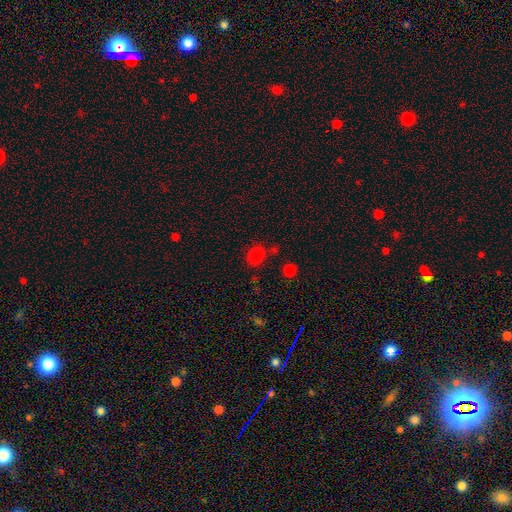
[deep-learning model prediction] Overall: smooth (79%). How rounded: round (63%; in between 36%). Merging: none (73%).